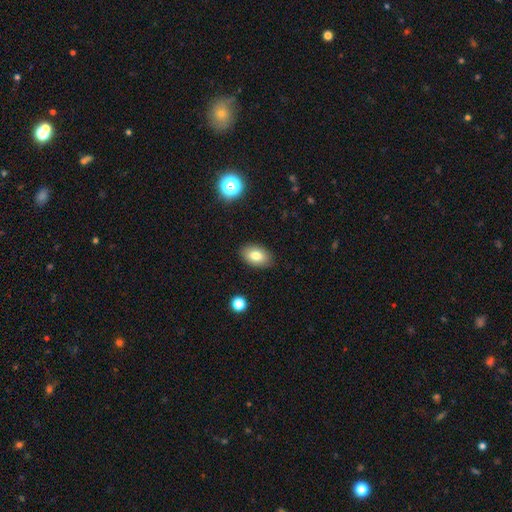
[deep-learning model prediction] Smooth or featured?
  - smooth: 81% *
  - featured or disk: 11%
  - star or artifact: 9%
How rounded?
  - in between: 90% *
  - round: 9%
  - cigar-shaped: 1%
Merging?
  - none: 87% *
  - minor disturbance: 10%
  - major disturbance: 2%
  - merger: 1%